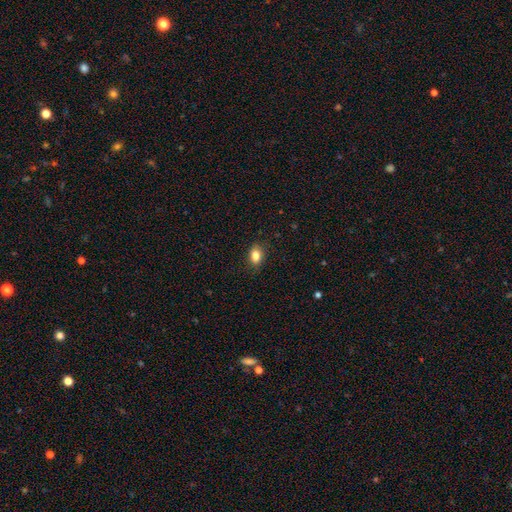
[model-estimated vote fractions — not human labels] Smooth or featured?
  - smooth: 85% *
  - star or artifact: 9%
  - featured or disk: 6%
How rounded?
  - in between: 80% *
  - round: 18%
  - cigar-shaped: 2%
Merging?
  - none: 86% *
  - minor disturbance: 11%
  - major disturbance: 2%
  - merger: 1%